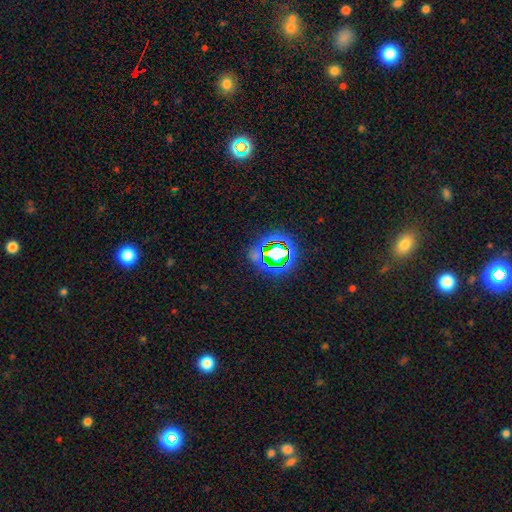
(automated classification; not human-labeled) This appears to be a star or artifact, not a galaxy (73%).